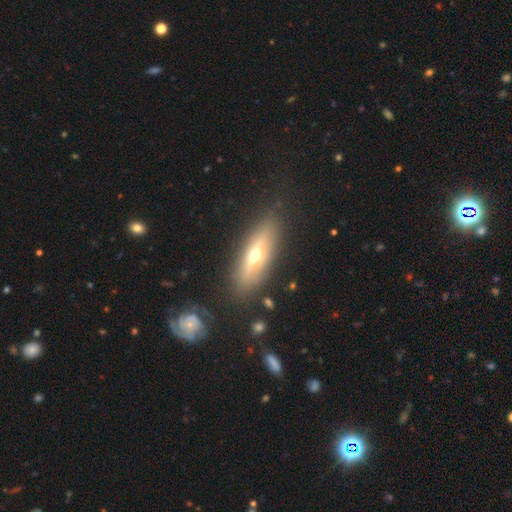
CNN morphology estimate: A featured or disk galaxy (58%) viewed edge-on (75%).

Vote fractions:
- Smooth or featured? featured or disk: 58% / smooth: 35% / star or artifact: 7%
- Edge-on disk? yes: 75% / no: 25%
- Merging? none: 83% / minor disturbance: 11% / major disturbance: 4% / merger: 2%